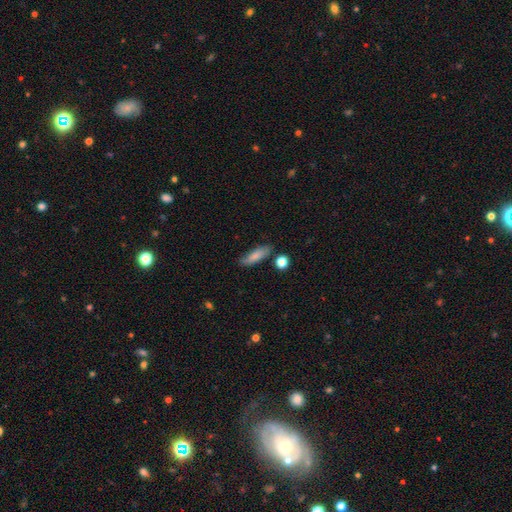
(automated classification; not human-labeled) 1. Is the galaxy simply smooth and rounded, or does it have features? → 80% smooth, 13% featured or disk, 7% star or artifact.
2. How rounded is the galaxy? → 53% in between, 44% cigar-shaped, 3% round.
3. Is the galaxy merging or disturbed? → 75% none, 17% minor disturbance, 5% merger, 4% major disturbance.